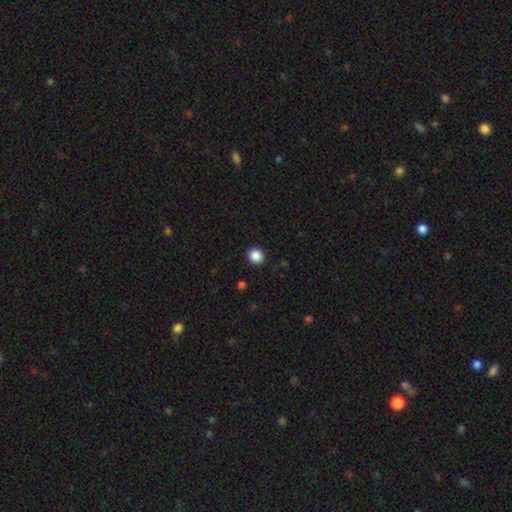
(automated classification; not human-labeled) smooth_or_featured: smooth (p=0.87) [alt: star or artifact p=0.10]
how_rounded: round (p=0.89) [alt: in between p=0.10]
merging: none (p=0.92) [alt: minor disturbance p=0.05]